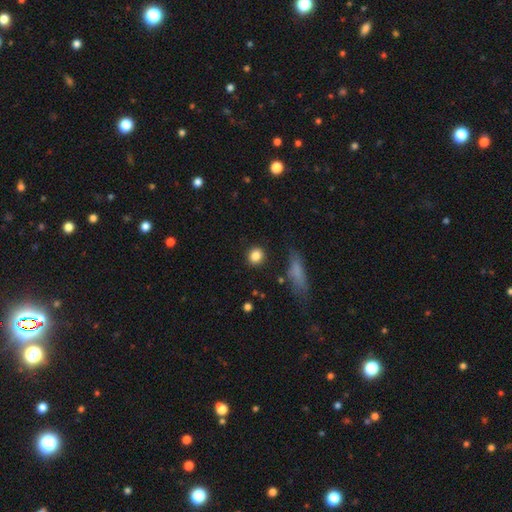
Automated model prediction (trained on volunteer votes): Smooth or featured? Predicted: smooth (p=0.85). How rounded? Predicted: round (p=0.85). Merging? Predicted: none (p=0.87).